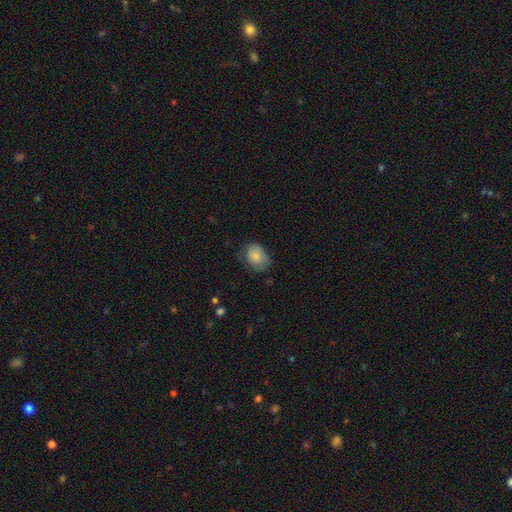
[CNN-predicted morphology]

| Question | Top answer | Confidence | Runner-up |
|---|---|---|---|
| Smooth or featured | smooth | 81% | featured or disk (12%) |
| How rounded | in between | 72% | round (28%) |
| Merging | none | 61% | minor disturbance (29%) |